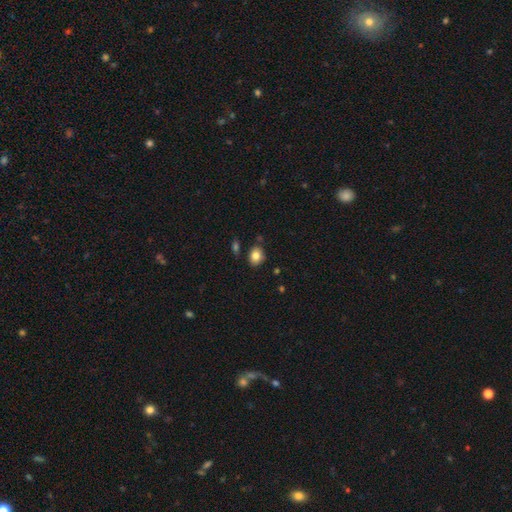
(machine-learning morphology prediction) smooth-or-featured: smooth: 82% | star or artifact: 10% | featured or disk: 8%
  how-rounded: in between: 51% | round: 48% | cigar-shaped: 1%
  merging: none: 80% | minor disturbance: 12% | merger: 5% | major disturbance: 3%